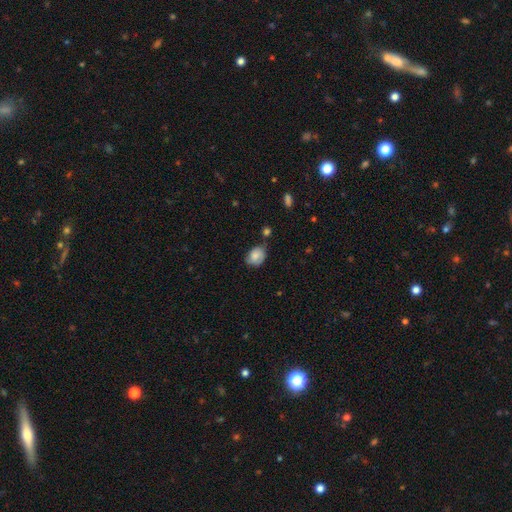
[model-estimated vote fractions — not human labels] Smooth or featured? smooth (77%)
How rounded? in between (60%)
Merging? none (57%)